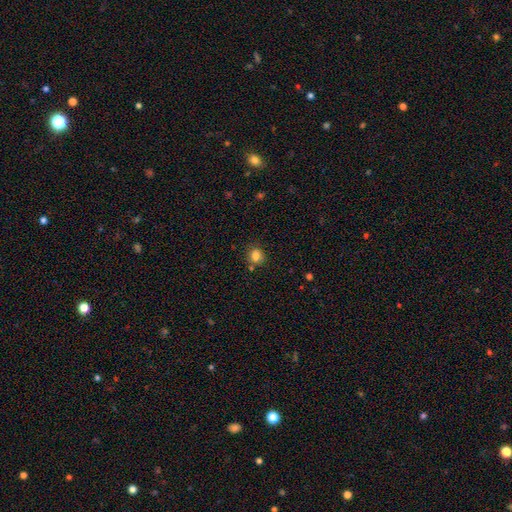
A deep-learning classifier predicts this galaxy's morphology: smooth 82%, star or artifact 11%, featured or disk 6%. Down the decision tree: how rounded — round (80%); merging — none (80%).